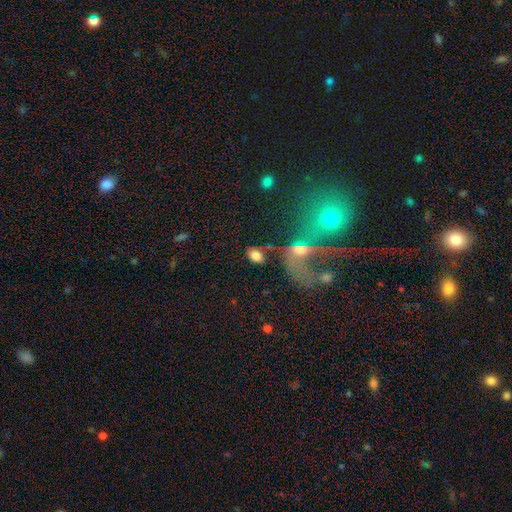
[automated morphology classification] Smooth or featured? smooth (78%)
How rounded? in between (81%)
Merging? none (64%)